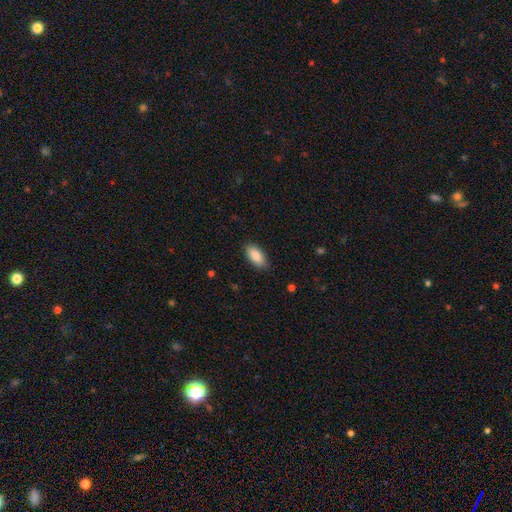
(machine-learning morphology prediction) This appears to be a smooth galaxy with no disk features (88%) that is in between round and cigar-shaped (91%). Merging: none (86%).